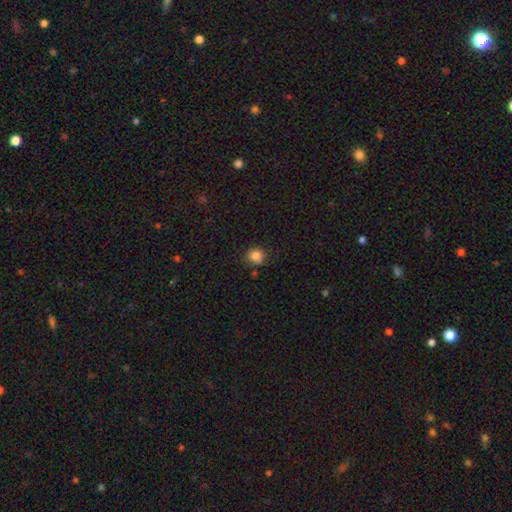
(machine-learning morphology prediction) This is clearly a smooth galaxy (84%). How rounded: likely round (78%). Merging: likely none (73%).